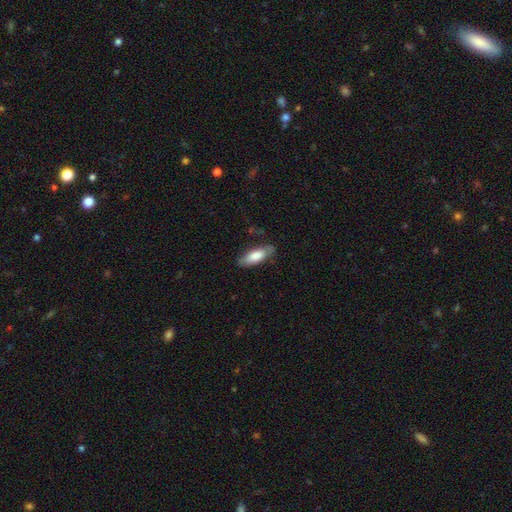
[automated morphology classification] A smooth galaxy with no disk features (75%) that is in between round and cigar-shaped (71%). Merging: none (75%).